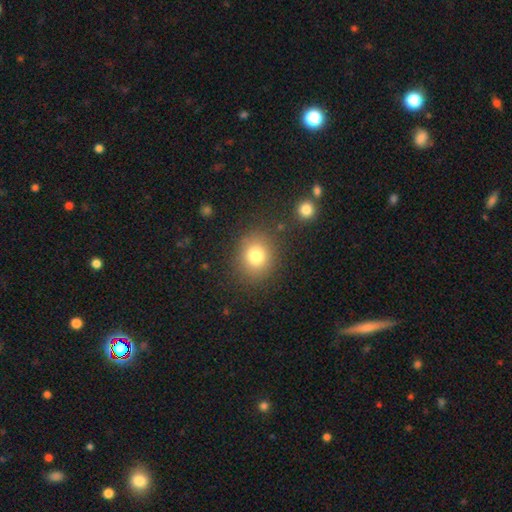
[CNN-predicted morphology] The model was most divided on "how rounded": round: 74%, in between: 25%, cigar-shaped: 1%. More confident: merging — none (85%); smooth or featured — smooth (78%).